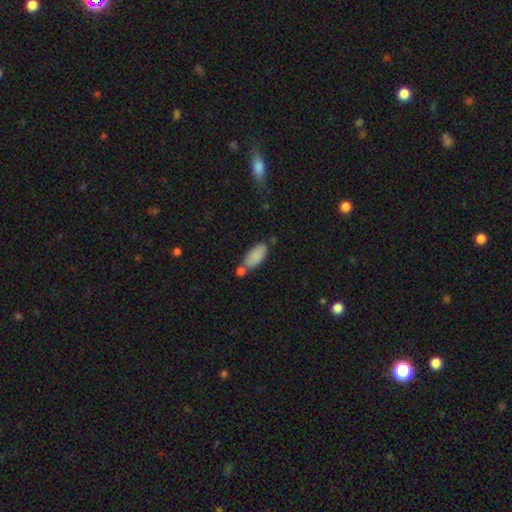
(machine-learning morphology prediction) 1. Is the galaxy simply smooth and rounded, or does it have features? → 86% smooth, 7% star or artifact, 7% featured or disk.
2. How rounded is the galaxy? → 82% in between, 16% cigar-shaped, 2% round.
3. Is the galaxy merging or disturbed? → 54% none, 24% merger, 17% minor disturbance, 5% major disturbance.